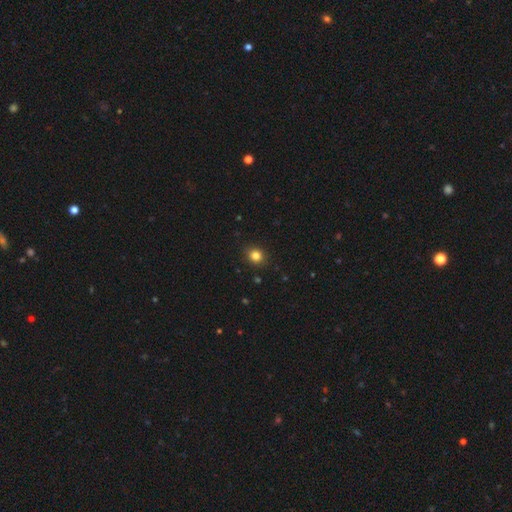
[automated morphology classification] Smooth or featured? smooth (82%)
How rounded? round (80%)
Merging? none (90%)